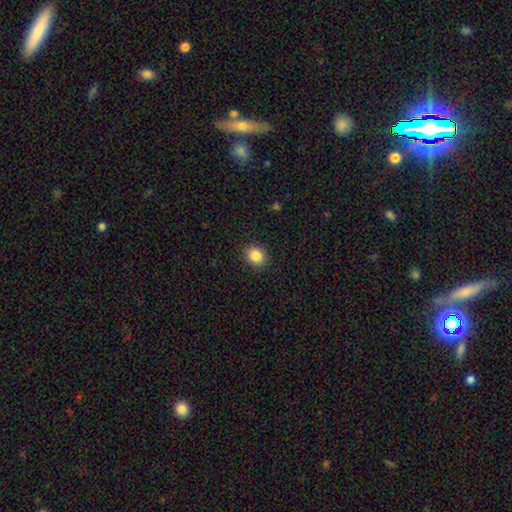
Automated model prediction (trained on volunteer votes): Q: Smooth or featured?
A: smooth (86%); runner-up: star or artifact (10%)
Q: How rounded?
A: round (69%); runner-up: in between (30%)
Q: Merging?
A: none (90%); runner-up: minor disturbance (7%)